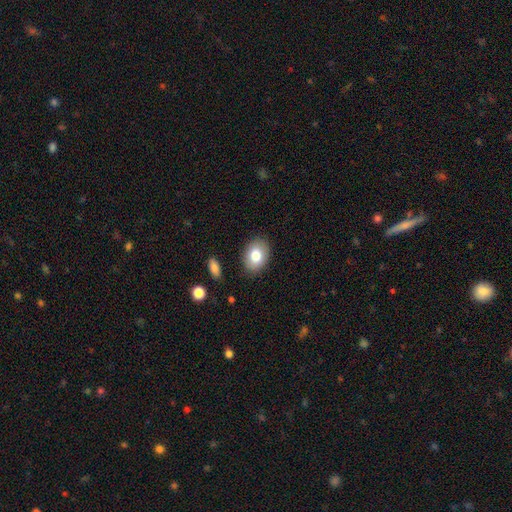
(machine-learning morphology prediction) smooth 81%, featured or disk 12%, star or artifact 8%. Down the decision tree: how rounded — in between (77%); merging — none (86%).